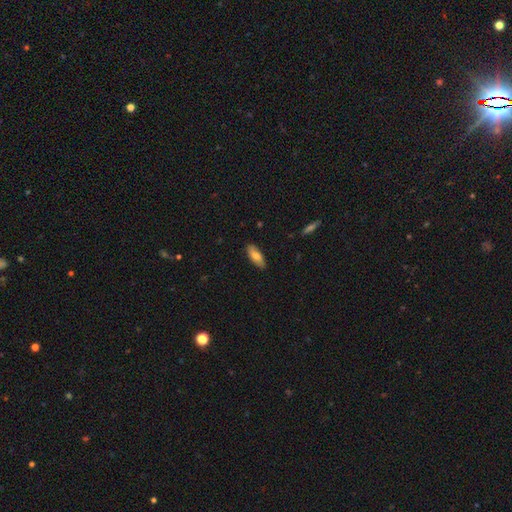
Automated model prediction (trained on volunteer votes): smooth-or-featured: smooth: 74% | featured or disk: 20% | star or artifact: 6%
  how-rounded: in between: 73% | cigar-shaped: 25% | round: 2%
  merging: none: 87% | minor disturbance: 11% | major disturbance: 2% | merger: 1%